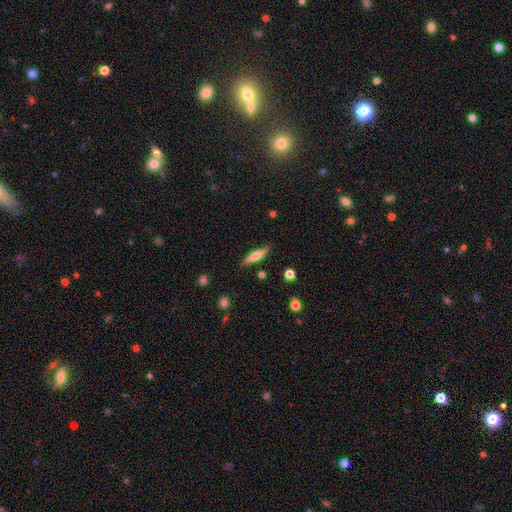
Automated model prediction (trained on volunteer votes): The model was most divided on "smooth or featured": smooth: 56%, featured or disk: 38%, star or artifact: 7%. More confident: merging — none (85%); how rounded — cigar-shaped (76%).